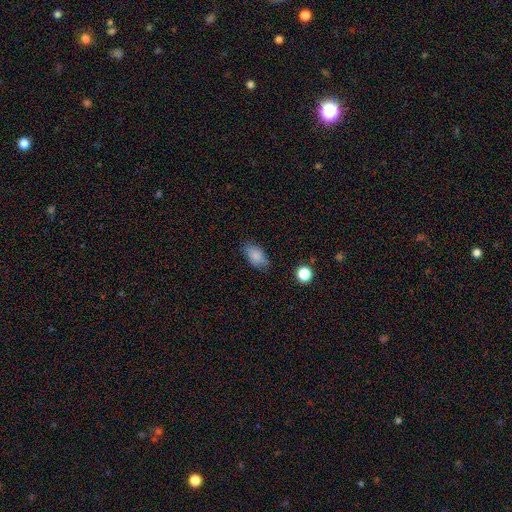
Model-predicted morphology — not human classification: smooth 85%, star or artifact 9%, featured or disk 7%. Down the decision tree: how rounded — in between (90%); merging — none (77%).